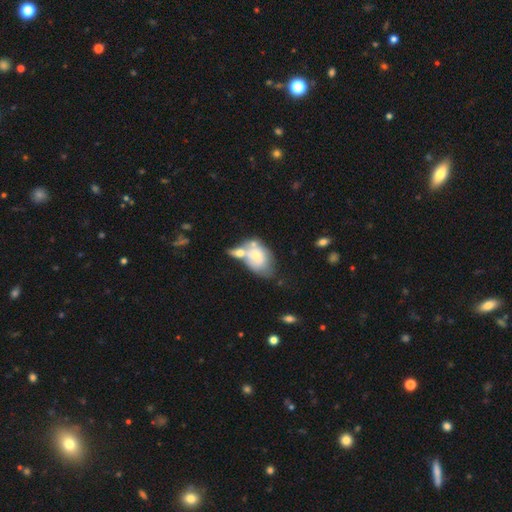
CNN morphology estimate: A smooth galaxy with no disk features (54%) that is in between round and cigar-shaped (77%). Merging: merger (50%).